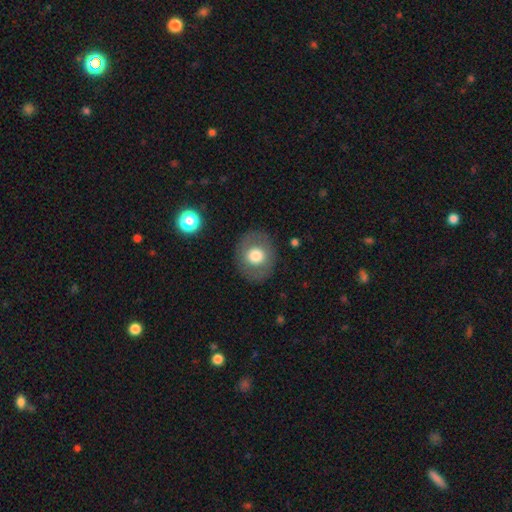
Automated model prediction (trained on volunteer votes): Morphology: type=smooth (68%); roundness=round (76%); merging=none (85%).